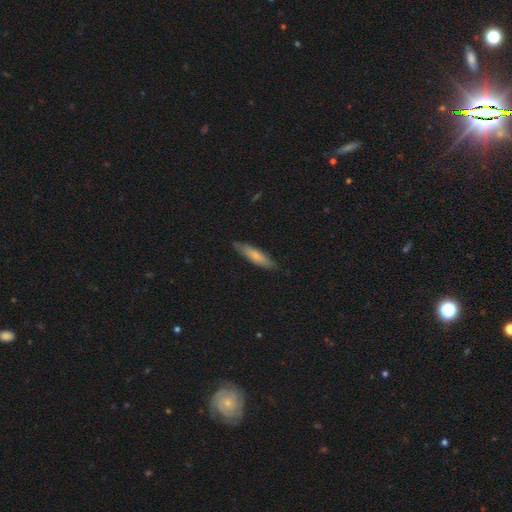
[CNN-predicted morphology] smooth-or-featured: smooth: 70% | featured or disk: 24% | star or artifact: 5%
  how-rounded: cigar-shaped: 77% | in between: 22% | round: 2%
  merging: none: 82% | minor disturbance: 14% | major disturbance: 2% | merger: 1%